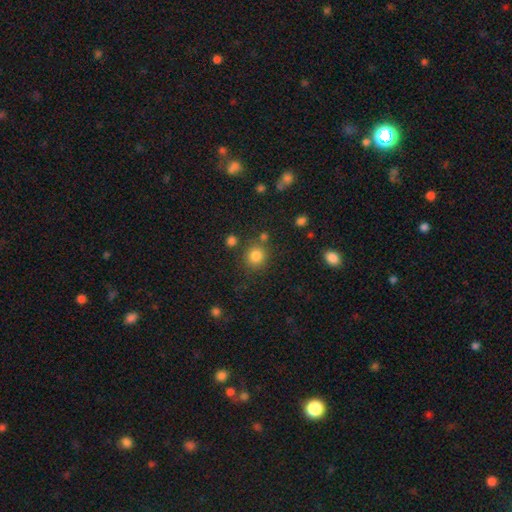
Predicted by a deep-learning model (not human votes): Smooth or featured: smooth — 83% (star or artifact — 12%)
How rounded: round — 87% (in between — 12%)
Merging: none — 78% (minor disturbance — 10%)